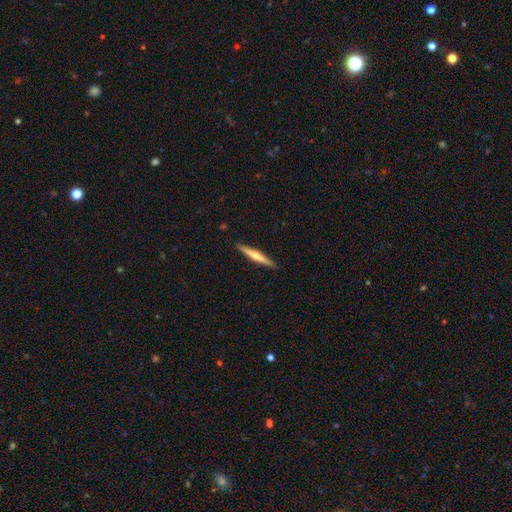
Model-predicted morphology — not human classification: Overall: featured or disk (60%; smooth 35%). Edge-on disk: yes (98%). Edge-on bulge: rounded (79%). Merging: none (91%).